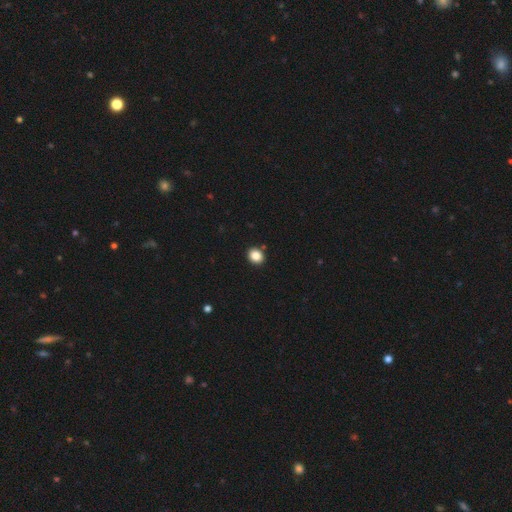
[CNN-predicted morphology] Smooth or featured?
  - smooth: 86% *
  - star or artifact: 10%
  - featured or disk: 4%
How rounded?
  - round: 67% *
  - in between: 32%
  - cigar-shaped: 1%
Merging?
  - none: 89% *
  - minor disturbance: 6%
  - merger: 2%
  - major disturbance: 2%